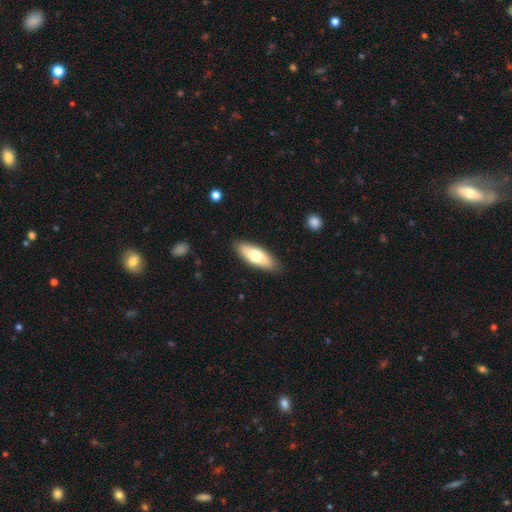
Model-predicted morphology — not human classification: Smooth or featured: smooth — 68% (featured or disk — 27%)
How rounded: in between — 72% (cigar-shaped — 26%)
Merging: none — 87% (minor disturbance — 10%)